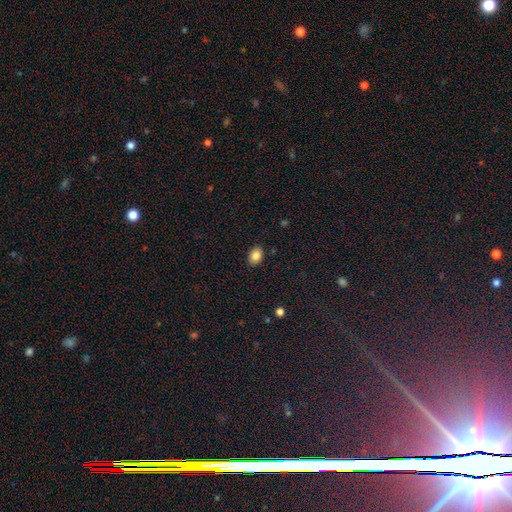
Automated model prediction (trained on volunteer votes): Q: Smooth or featured?
A: smooth (85%); runner-up: star or artifact (9%)
Q: How rounded?
A: in between (77%); runner-up: round (23%)
Q: Merging?
A: none (88%); runner-up: minor disturbance (9%)